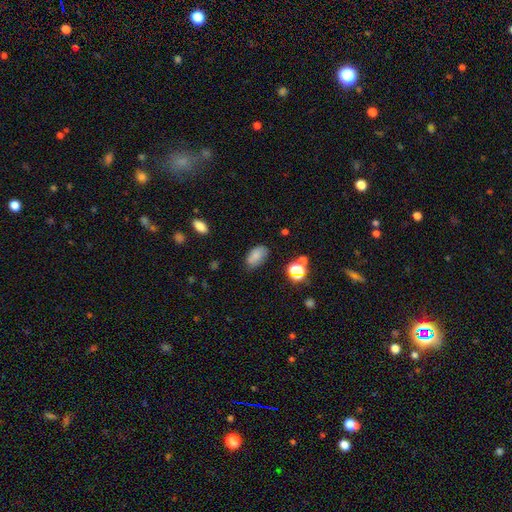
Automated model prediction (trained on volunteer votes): This appears to be a smooth galaxy with no disk features (77%) that is in between round and cigar-shaped (91%). Merging: none (70%).